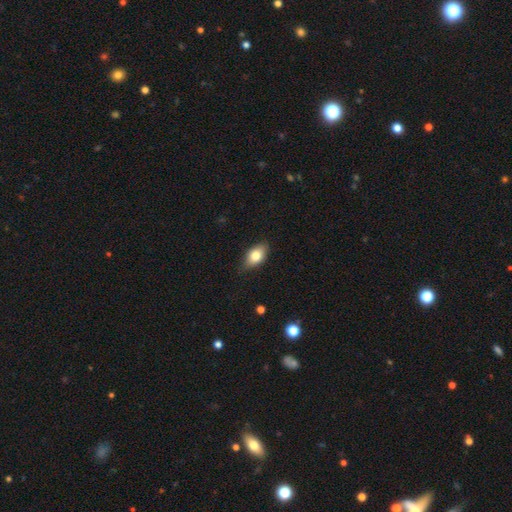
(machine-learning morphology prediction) smooth_or_featured: smooth (p=0.78) [alt: featured or disk p=0.15]
how_rounded: in between (p=0.88) [alt: round p=0.08]
merging: none (p=0.78) [alt: minor disturbance p=0.18]